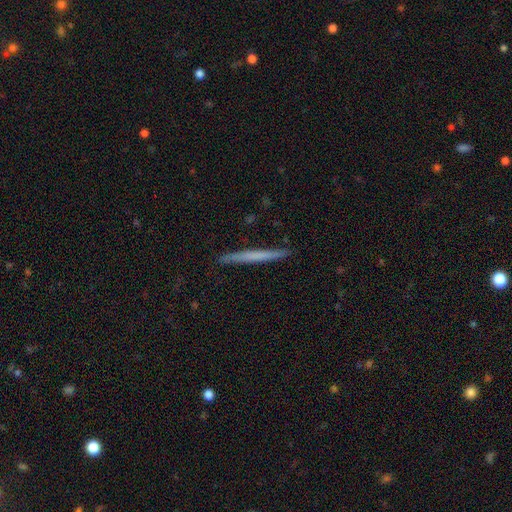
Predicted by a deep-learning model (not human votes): Smooth or featured: smooth — 53% (featured or disk — 41%)
How rounded: cigar-shaped — 97% (in between — 2%)
Merging: none — 91% (minor disturbance — 6%)